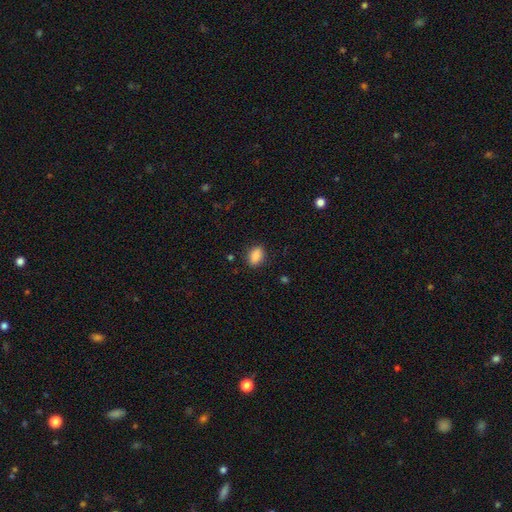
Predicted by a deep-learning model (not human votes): Morphology: type=smooth (89%); roundness=in between (81%); merging=none (85%).